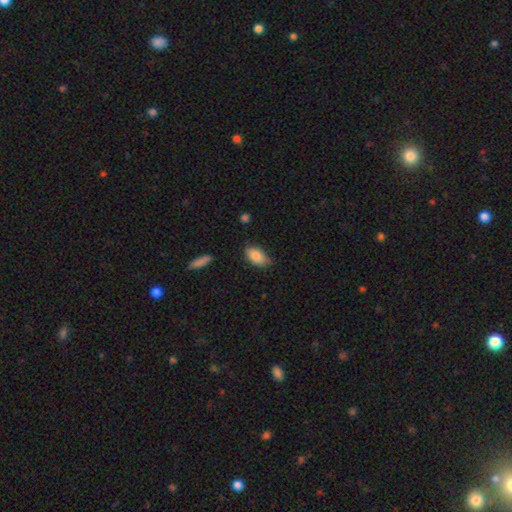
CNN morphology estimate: smooth-or-featured: smooth: 84% | featured or disk: 8% | star or artifact: 7%
  how-rounded: in between: 92% | round: 5% | cigar-shaped: 3%
  merging: none: 65% | minor disturbance: 28% | major disturbance: 5% | merger: 2%